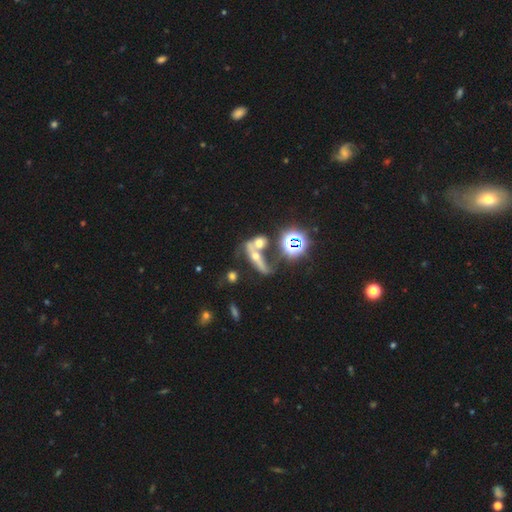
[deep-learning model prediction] Smooth or featured: featured or disk — 42% (smooth — 35%)
Merging: merger — 50% (none — 28%)